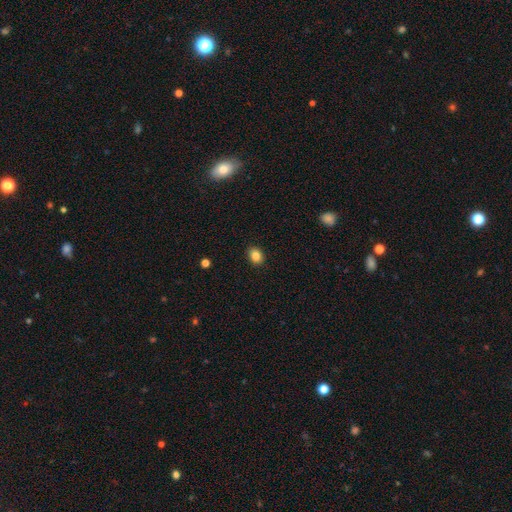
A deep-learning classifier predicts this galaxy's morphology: type=smooth (85%); roundness=in between (53%); merging=none (90%).